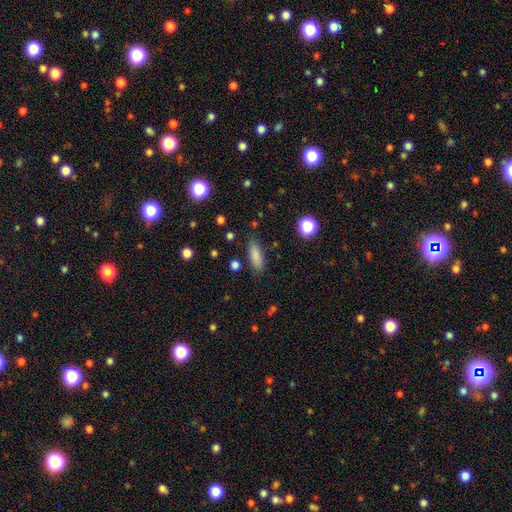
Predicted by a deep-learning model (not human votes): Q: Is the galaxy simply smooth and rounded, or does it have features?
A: smooth — 84%.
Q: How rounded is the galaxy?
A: in between — 64%.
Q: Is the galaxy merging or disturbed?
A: none — 82%.